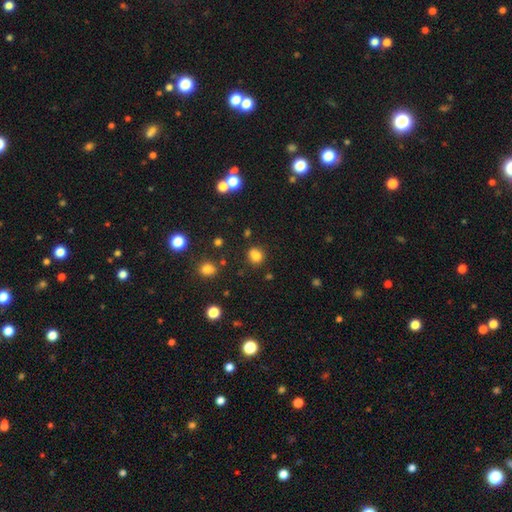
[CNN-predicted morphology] A smooth galaxy with no disk features (80%) that is round (75%). Merging: none (74%).